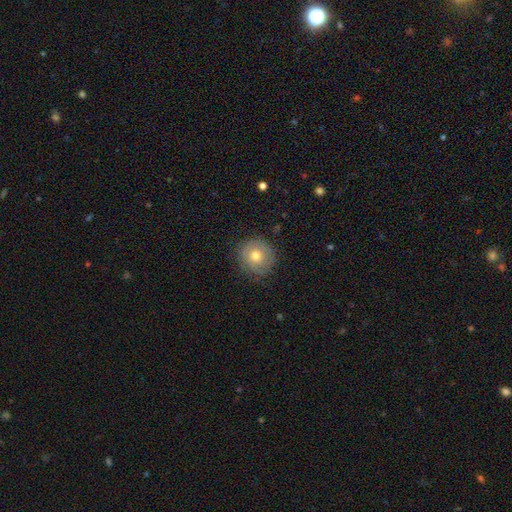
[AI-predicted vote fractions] Overall: smooth (62%; featured or disk 29%). How rounded: round (93%). Merging: none (83%).